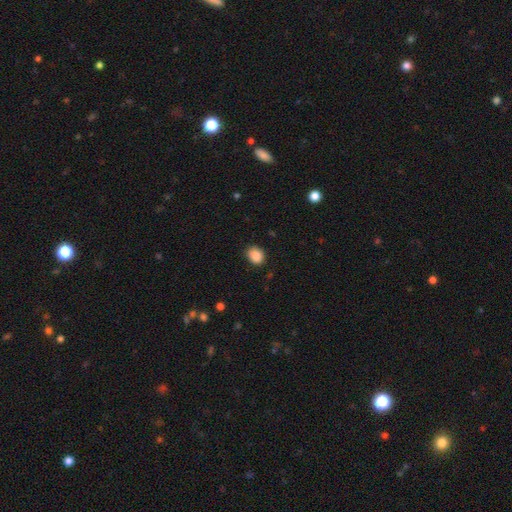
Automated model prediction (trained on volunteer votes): Smooth or featured: smooth — 88% (star or artifact — 9%)
How rounded: round — 50% (in between — 49%)
Merging: none — 83% (minor disturbance — 13%)